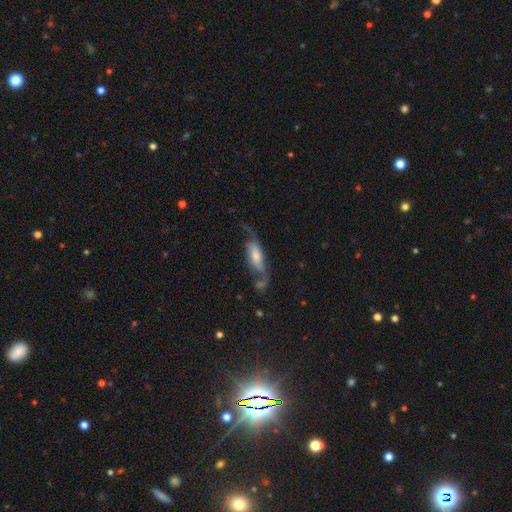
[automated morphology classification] Q: Smooth or featured?
A: featured or disk (70%); runner-up: smooth (23%)
Q: Edge-on disk?
A: no (77%); runner-up: yes (23%)
Q: Bar?
A: no (50%); runner-up: weak (36%)
Q: Spiral arms?
A: yes (88%); runner-up: no (12%)
Q: Bulge size?
A: moderate (41%); runner-up: small (24%)
Q: Merging?
A: none (52%); runner-up: minor disturbance (23%)